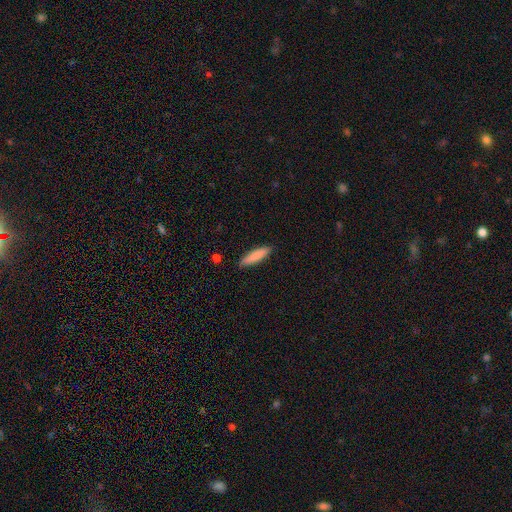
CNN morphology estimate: Smooth or featured: smooth — 84% (featured or disk — 11%)
How rounded: cigar-shaped — 80% (in between — 19%)
Merging: none — 89% (minor disturbance — 8%)